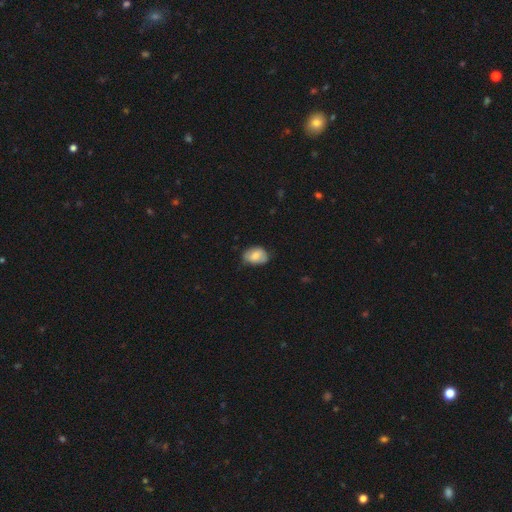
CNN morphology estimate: The model was most divided on "merging": none: 67%, minor disturbance: 27%, major disturbance: 5%, merger: 1%. More confident: how rounded — in between (77%); smooth or featured — smooth (76%).